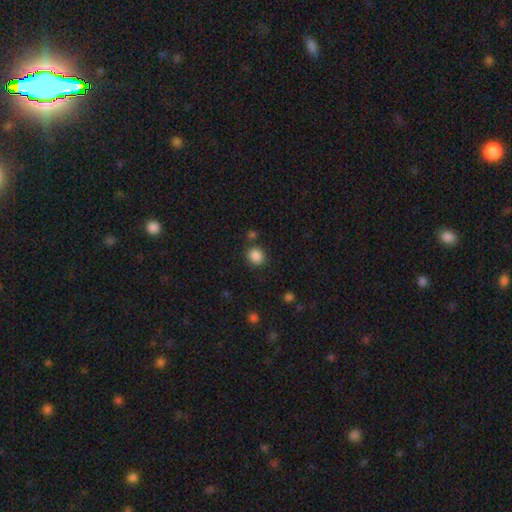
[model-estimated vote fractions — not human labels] Smooth or featured? smooth (87%)
How rounded? round (77%)
Merging? none (82%)